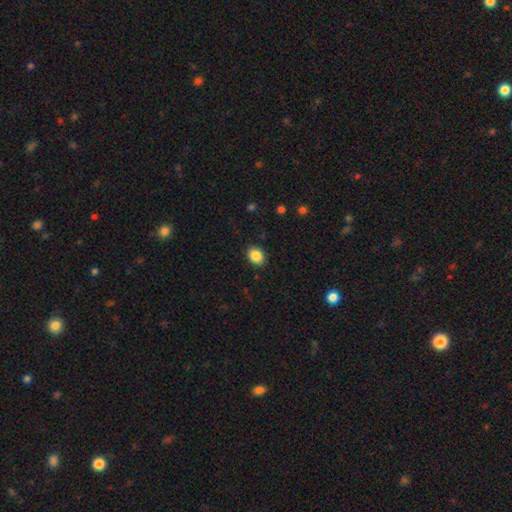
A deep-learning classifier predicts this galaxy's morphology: Smooth or featured?
  - smooth: 88% *
  - star or artifact: 9%
  - featured or disk: 4%
How rounded?
  - in between: 69% *
  - round: 30%
  - cigar-shaped: 1%
Merging?
  - none: 89% *
  - minor disturbance: 8%
  - major disturbance: 2%
  - merger: 1%